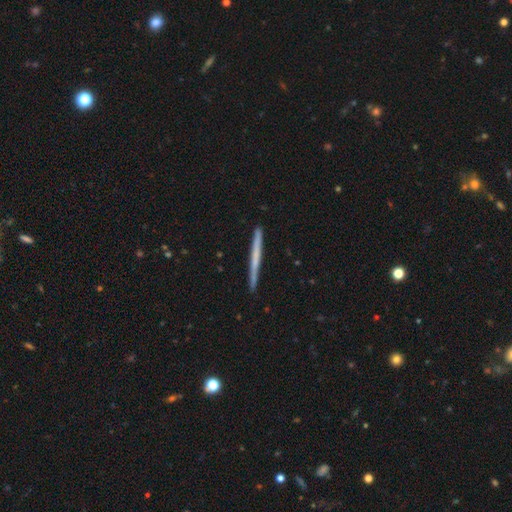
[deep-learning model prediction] A featured or disk galaxy (49%).

Vote fractions:
- Smooth or featured? featured or disk: 49% / smooth: 45% / star or artifact: 6%
- Merging? none: 92% / minor disturbance: 6% / major disturbance: 1% / merger: 1%